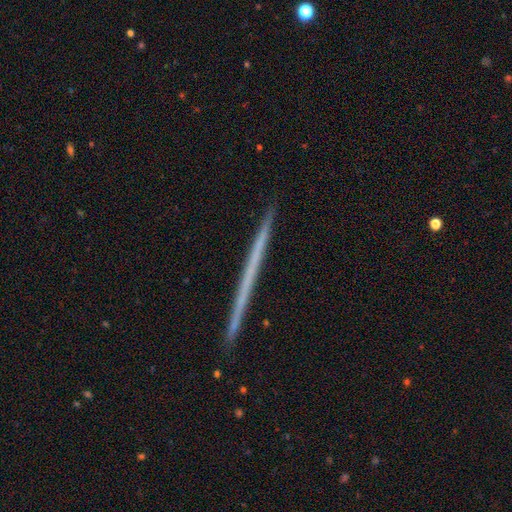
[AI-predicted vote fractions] Smooth or featured?
  - featured or disk: 57% *
  - smooth: 35%
  - star or artifact: 7%
Edge-on disk?
  - yes: 98% *
  - no: 2%
Edge-on bulge?
  - none: 94% *
  - rounded: 4%
  - boxy: 2%
Merging?
  - none: 92% *
  - minor disturbance: 6%
  - major disturbance: 1%
  - merger: 1%